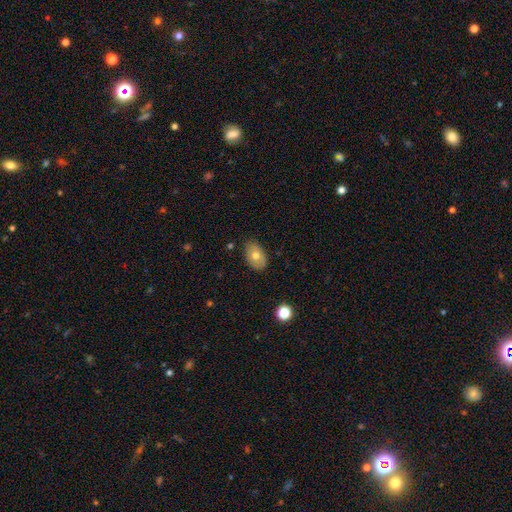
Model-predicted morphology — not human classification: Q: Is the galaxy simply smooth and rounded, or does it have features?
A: smooth — 69%.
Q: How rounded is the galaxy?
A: in between — 87%.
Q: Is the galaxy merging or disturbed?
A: none — 80%.